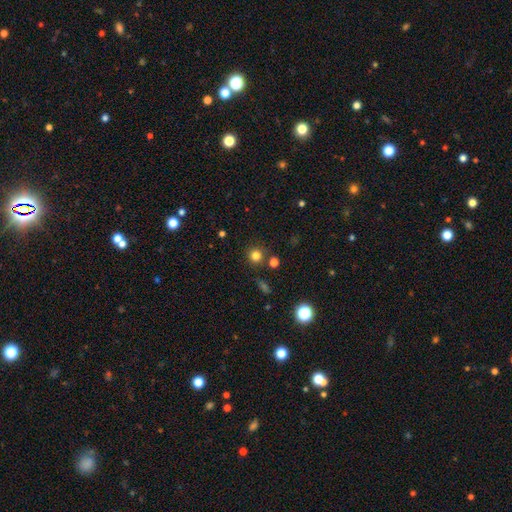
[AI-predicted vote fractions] Smooth or featured? smooth (79%)
How rounded? round (93%)
Merging? none (82%)